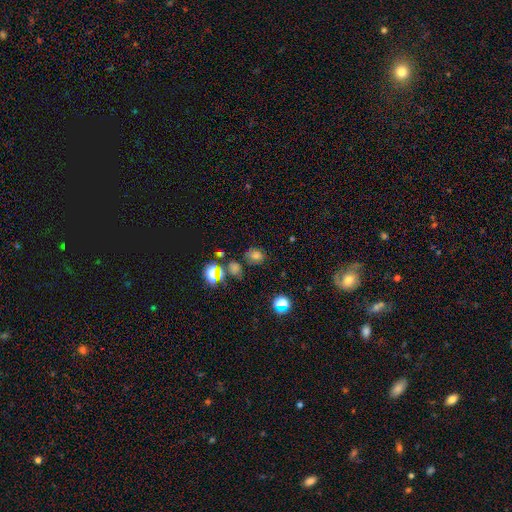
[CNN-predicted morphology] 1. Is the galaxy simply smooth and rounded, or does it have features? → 64% smooth, 27% star or artifact, 9% featured or disk.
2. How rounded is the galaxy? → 50% round, 49% in between, 1% cigar-shaped.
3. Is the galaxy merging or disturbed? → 71% none, 15% minor disturbance, 7% merger, 6% major disturbance.